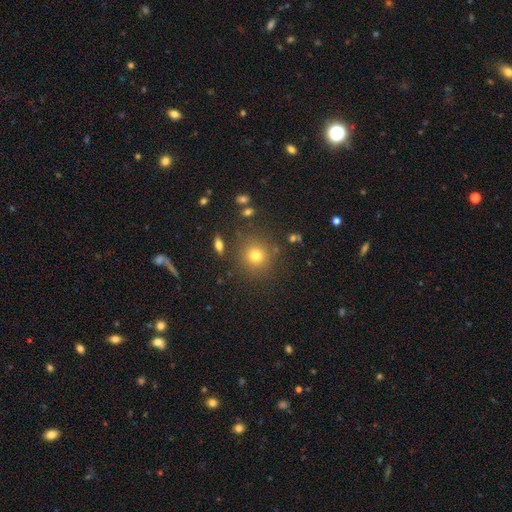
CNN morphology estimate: A smooth galaxy with no disk features (75%) that is round (91%). Merging: none (85%).